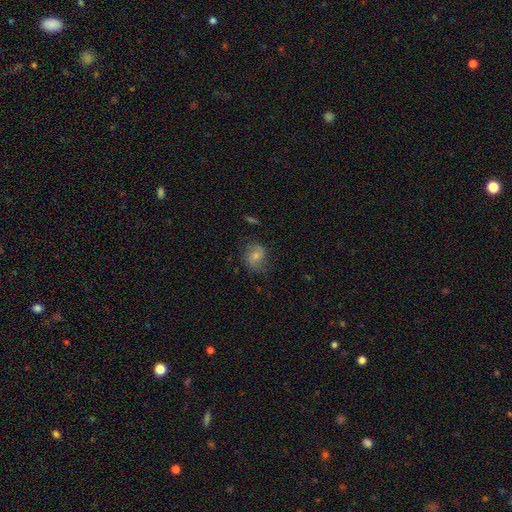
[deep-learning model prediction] The model was most divided on "bulge size": moderate: 51%, small: 42%, large: 3%, none: 3%, dominant: 1%. More confident: edge-on disk — no (97%); spiral arms — yes (86%); merging — none (72%); bar — no (64%); smooth or featured — featured or disk (54%).